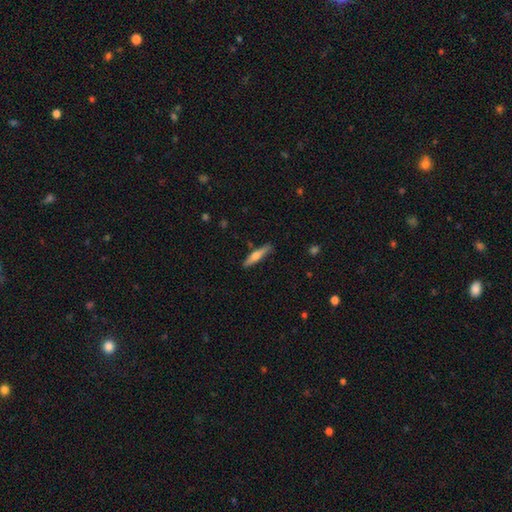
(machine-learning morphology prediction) featured or disk 47% (tied), smooth 47% (tied), star or artifact 6%. Down the decision tree: merging — none (86%).